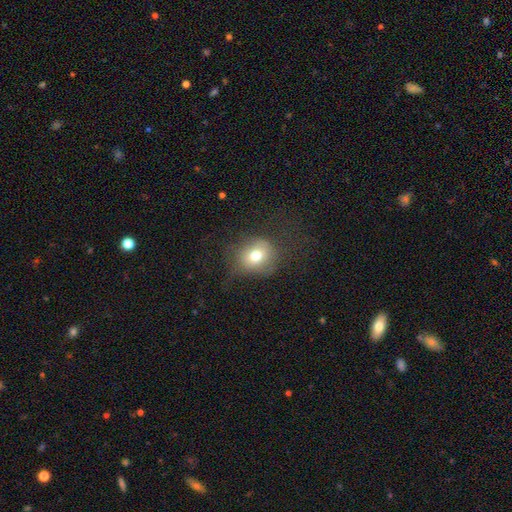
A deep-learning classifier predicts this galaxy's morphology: smooth_or_featured: smooth (p=0.72) [alt: featured or disk p=0.15]
how_rounded: round (p=0.67) [alt: in between p=0.32]
merging: none (p=0.61) [alt: minor disturbance p=0.21]